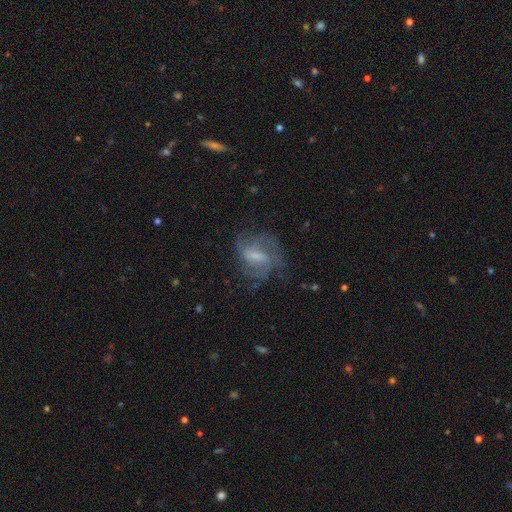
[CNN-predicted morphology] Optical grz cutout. It shows a featured or disk galaxy (69%) with a weak bar (50%), 2 (36%) medium (46%) spiral arms (83%) and a small central bulge (36%). Merging: none (55%).